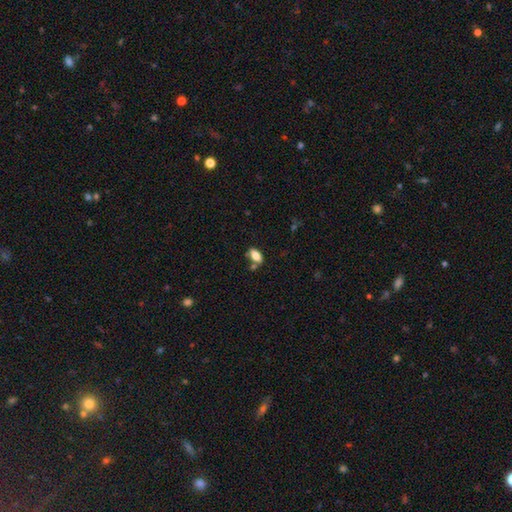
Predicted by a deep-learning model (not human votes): Morphology: type=smooth (79%); roundness=in between (89%); merging=none (65%).